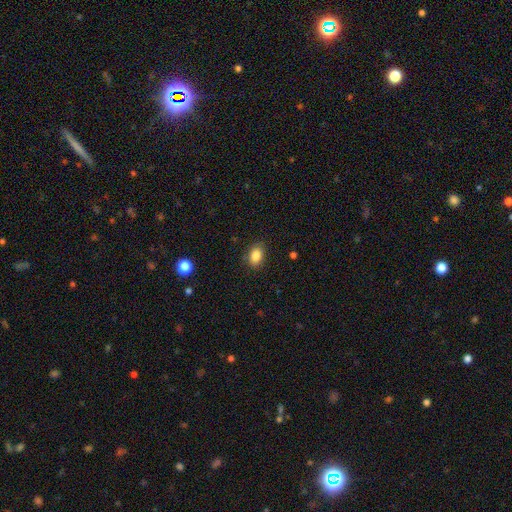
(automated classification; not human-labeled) smooth_or_featured: smooth (p=0.86) [alt: star or artifact p=0.09]
how_rounded: in between (p=0.76) [alt: round p=0.22]
merging: none (p=0.84) [alt: minor disturbance p=0.12]